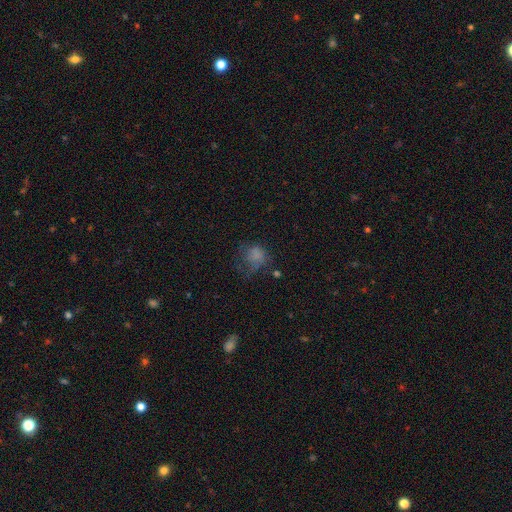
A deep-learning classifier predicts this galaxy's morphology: Smooth or featured? Predicted: smooth (p=0.67). How rounded? Predicted: round (p=0.63). Merging? Predicted: major disturbance (p=0.38).